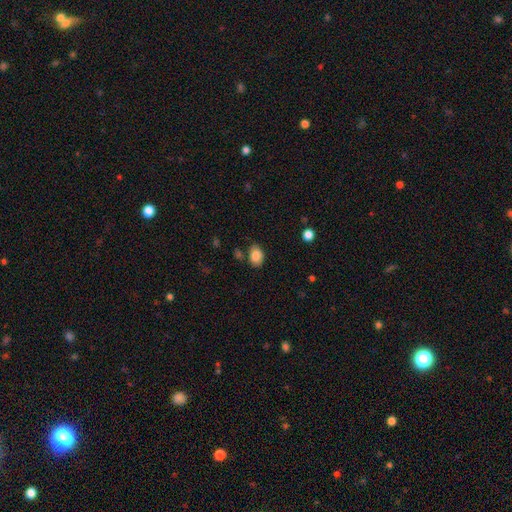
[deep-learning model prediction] Overall: smooth (84%). How rounded: in between (77%). Merging: none (75%).